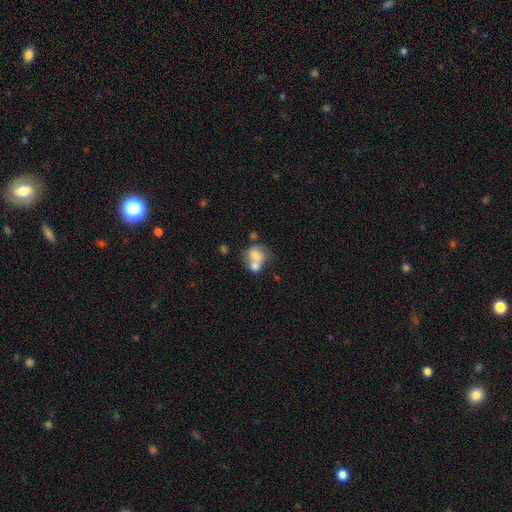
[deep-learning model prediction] A smooth galaxy with no disk features (71%) that is round (51%).

Vote fractions:
- Smooth or featured? smooth: 71% / featured or disk: 20% / star or artifact: 9%
- How rounded? round: 51% / in between: 47% / cigar-shaped: 1%
- Merging? merger: 62% / none: 22% / minor disturbance: 9% / major disturbance: 6%